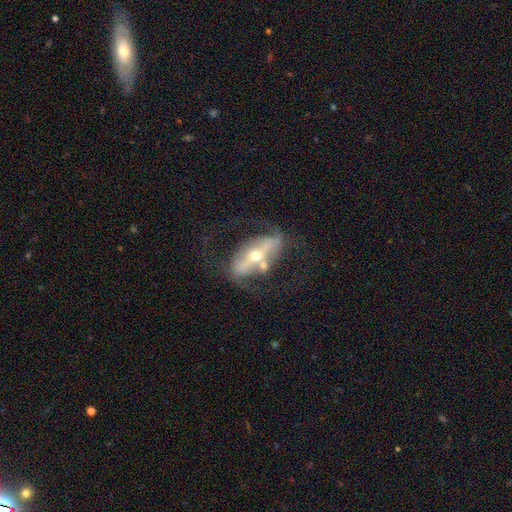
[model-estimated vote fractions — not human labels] Smooth or featured? Predicted: featured or disk (p=0.81). Edge-on disk? Predicted: no (p=0.78). Bar? Predicted: strong (p=0.64). Spiral arms? Predicted: yes (p=0.67). Bulge size? Predicted: moderate (p=0.56). Merging? Predicted: none (p=0.52).